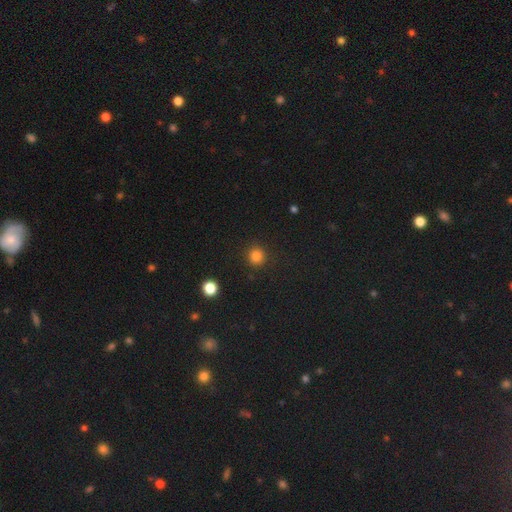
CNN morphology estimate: This appears to be a smooth galaxy with no disk features (83%) that is round (92%). Merging: none (90%).